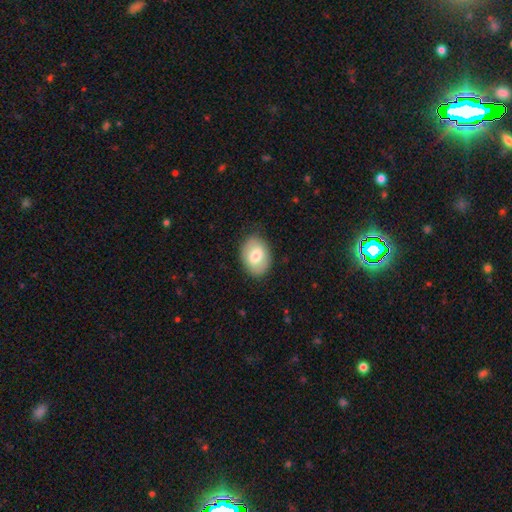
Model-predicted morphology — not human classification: Smooth or featured?
  - smooth: 74% *
  - featured or disk: 20%
  - star or artifact: 7%
How rounded?
  - in between: 76% *
  - round: 23%
  - cigar-shaped: 1%
Merging?
  - none: 83% *
  - minor disturbance: 13%
  - major disturbance: 3%
  - merger: 1%